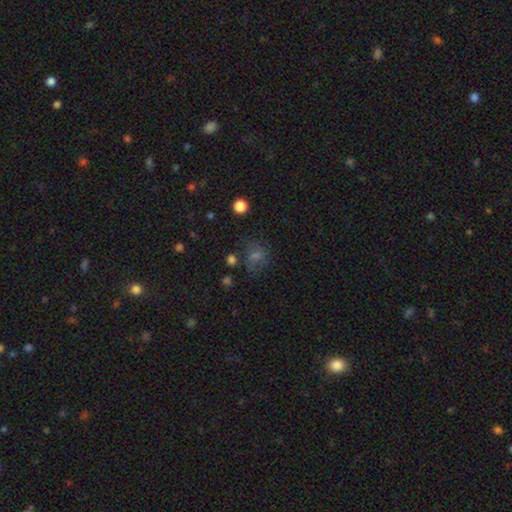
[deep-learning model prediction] Smooth or featured?
  - smooth: 43% *
  - star or artifact: 34%
  - featured or disk: 22%
Merging?
  - none: 57% *
  - minor disturbance: 20%
  - major disturbance: 17%
  - merger: 6%